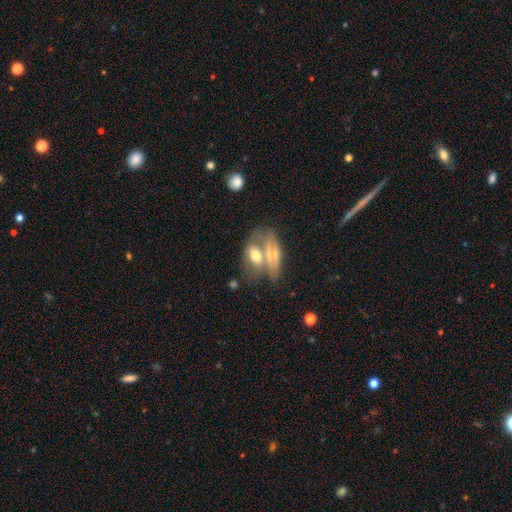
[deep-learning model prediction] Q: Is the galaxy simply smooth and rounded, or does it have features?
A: smooth — 58%.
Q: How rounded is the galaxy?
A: in between — 80%.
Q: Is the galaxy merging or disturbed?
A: merger — 49%.